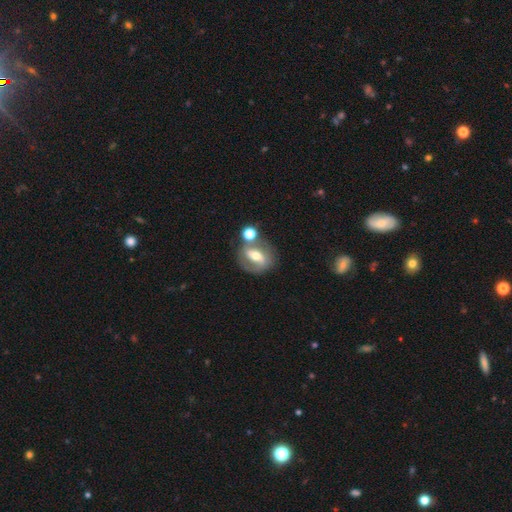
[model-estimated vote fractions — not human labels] Morphology: type=featured or disk (65%); edge-on=no (94%); bar=strong (46%); spiral arms=yes (67%); bulge=moderate (68%); merging=none (56%).